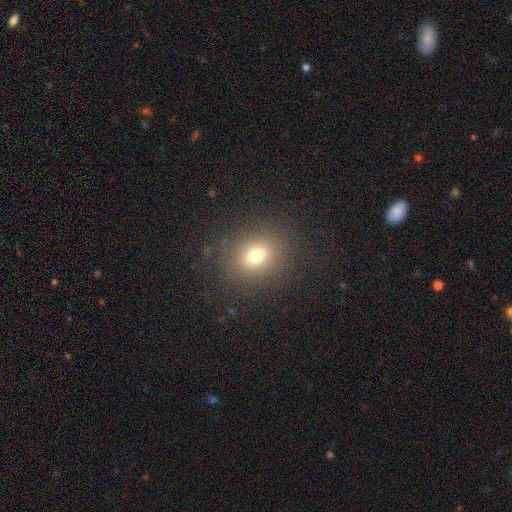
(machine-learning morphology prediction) A smooth galaxy with no disk features (72%) that is round (72%). Merging: none (86%).